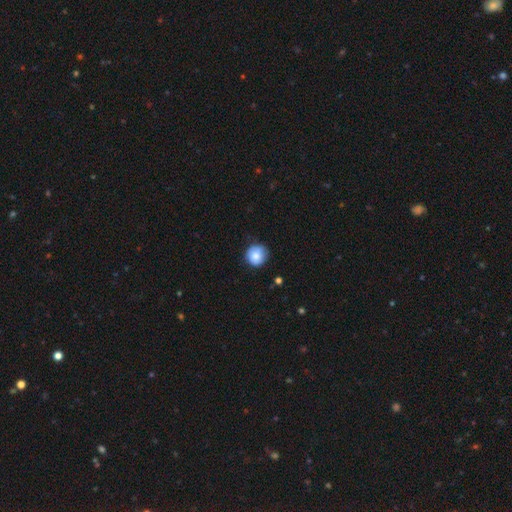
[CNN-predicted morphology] smooth-or-featured: smooth: 83% | featured or disk: 10% | star or artifact: 8%
  how-rounded: round: 93% | in between: 6% | cigar-shaped: 1%
  merging: none: 79% | minor disturbance: 17% | major disturbance: 3% | merger: 1%